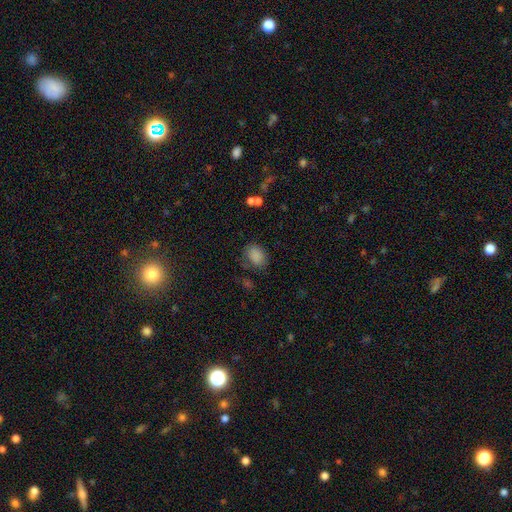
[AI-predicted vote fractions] smooth 83%, star or artifact 11%, featured or disk 6%. Down the decision tree: how rounded — in between (65%); merging — none (63%).